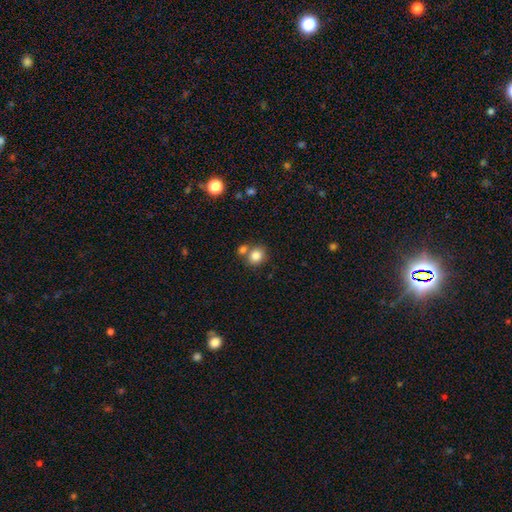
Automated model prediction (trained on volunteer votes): smooth-or-featured: smooth: 83% | star or artifact: 10% | featured or disk: 7%
  how-rounded: round: 70% | in between: 29% | cigar-shaped: 1%
  merging: none: 61% | merger: 25% | minor disturbance: 10% | major disturbance: 3%